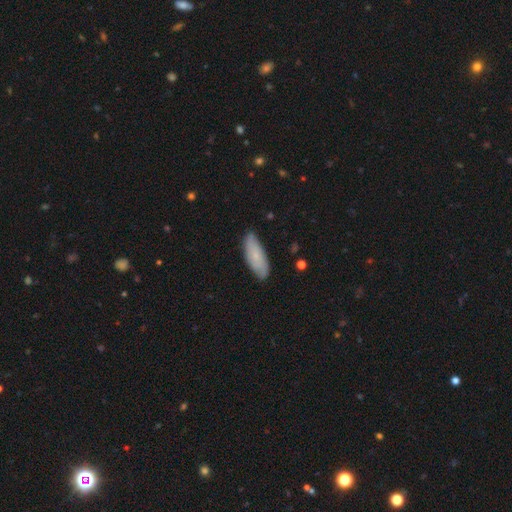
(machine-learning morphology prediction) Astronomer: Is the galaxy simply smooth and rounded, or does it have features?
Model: smooth — 70%.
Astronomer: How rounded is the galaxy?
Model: in between — 65%.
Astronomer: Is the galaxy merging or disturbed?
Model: none — 80%.